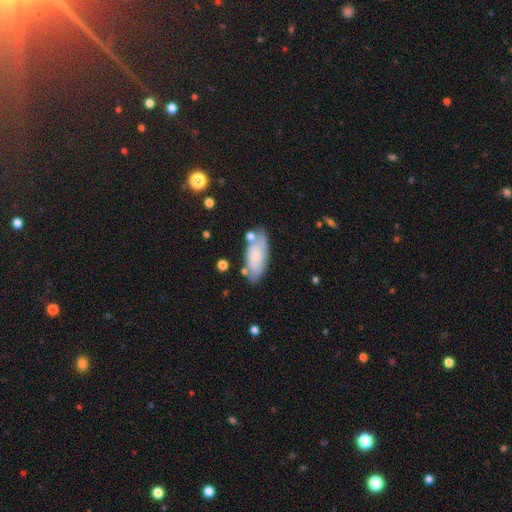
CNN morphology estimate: This appears to be a smooth galaxy with no disk features (66%) that is in between round and cigar-shaped (84%). Merging: none (66%).